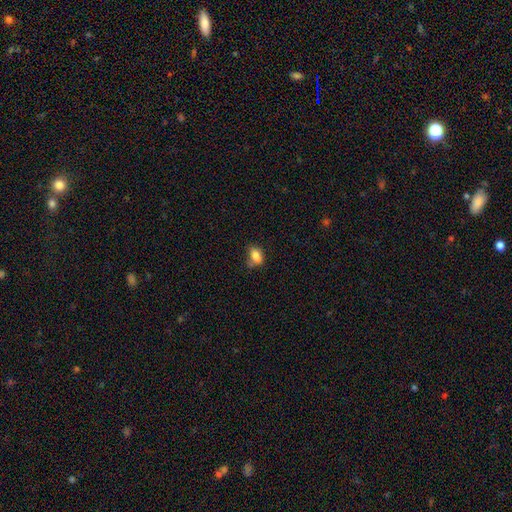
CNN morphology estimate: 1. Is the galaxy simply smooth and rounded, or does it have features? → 80% smooth, 10% star or artifact, 10% featured or disk.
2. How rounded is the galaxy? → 81% in between, 16% round, 3% cigar-shaped.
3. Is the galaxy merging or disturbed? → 48% none, 28% minor disturbance, 15% merger, 9% major disturbance.